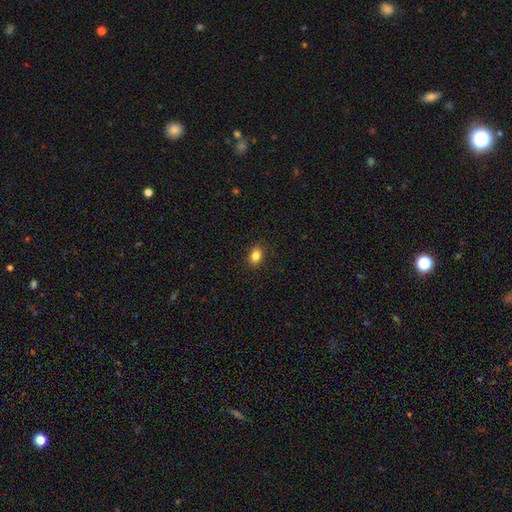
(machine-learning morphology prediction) This is clearly a smooth galaxy (85%). How rounded: likely in between (73%). Merging: clearly none (88%).